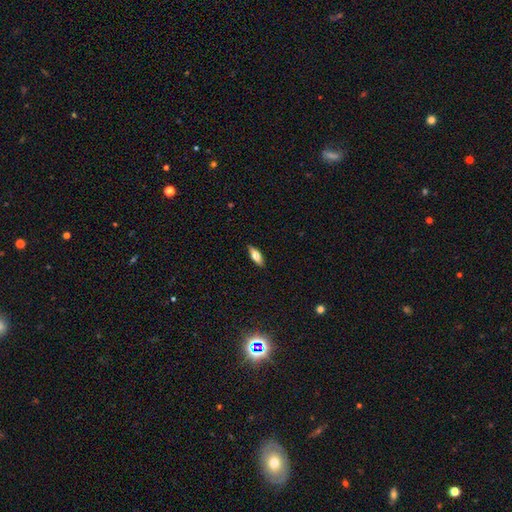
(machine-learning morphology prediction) The model was most divided on "how rounded": in between: 66%, cigar-shaped: 31%, round: 2%. More confident: merging — none (88%); smooth or featured — smooth (66%).